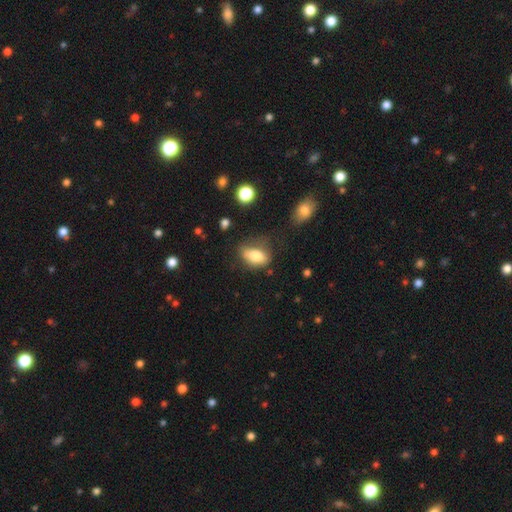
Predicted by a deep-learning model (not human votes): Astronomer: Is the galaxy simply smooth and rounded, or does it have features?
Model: smooth — 79%.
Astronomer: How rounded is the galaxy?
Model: in between — 88%.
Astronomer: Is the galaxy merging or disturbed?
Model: none — 44% (runner-up: minor disturbance, 32%).